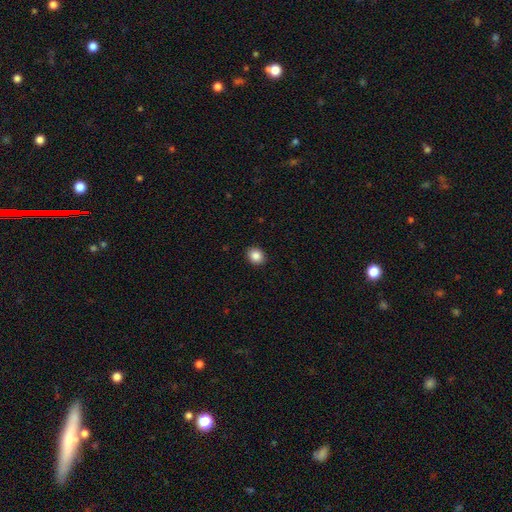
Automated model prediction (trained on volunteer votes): Morphology: type=smooth (87%); roundness=round (59%); merging=none (91%).